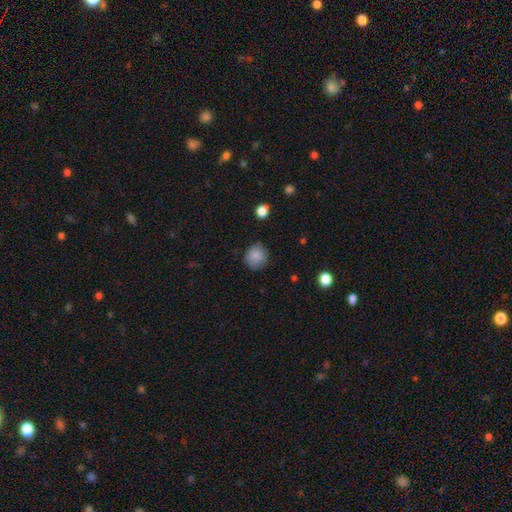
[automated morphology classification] Smooth or featured? Predicted: smooth (p=0.87). How rounded? Predicted: round (p=0.81). Merging? Predicted: none (p=0.79).